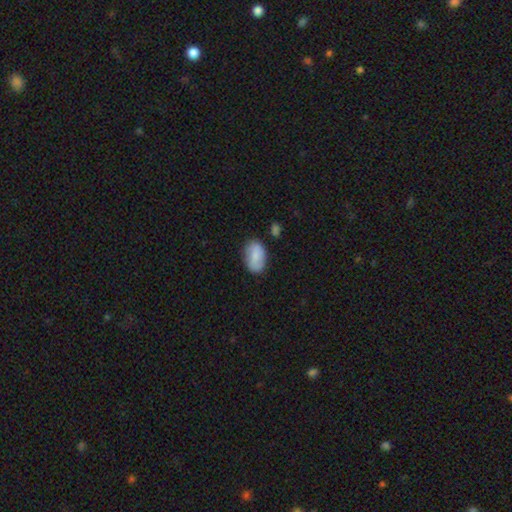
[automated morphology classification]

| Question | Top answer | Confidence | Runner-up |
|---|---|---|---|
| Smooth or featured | smooth | 75% | featured or disk (18%) |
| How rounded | in between | 89% | round (10%) |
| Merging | none | 75% | minor disturbance (18%) |